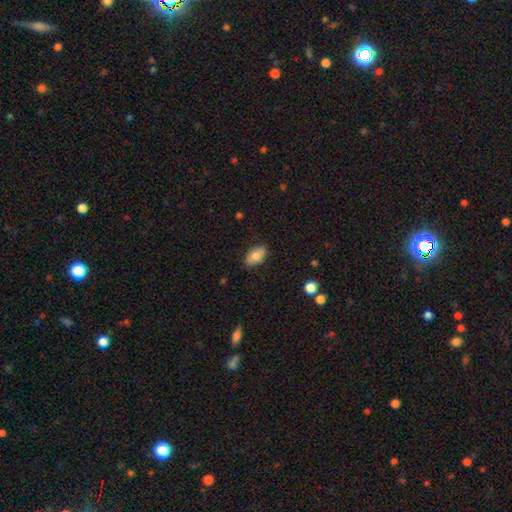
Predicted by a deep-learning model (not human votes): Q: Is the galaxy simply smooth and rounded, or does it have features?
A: smooth — 78%.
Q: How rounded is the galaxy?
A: in between — 92%.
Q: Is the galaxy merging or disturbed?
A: none — 83%.